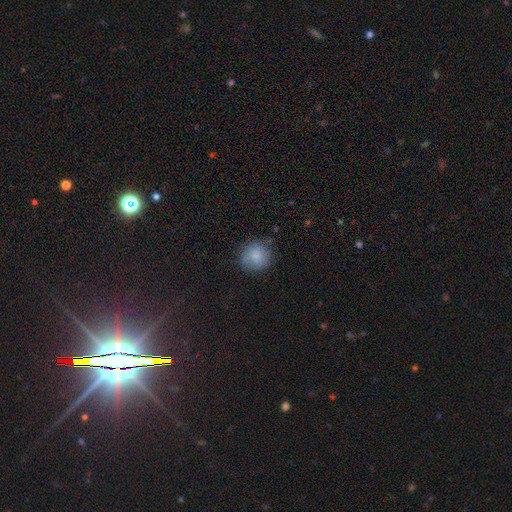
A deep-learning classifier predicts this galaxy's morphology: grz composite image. It shows a smooth galaxy with no disk features (82%) that is round (91%). Merging: none (78%).